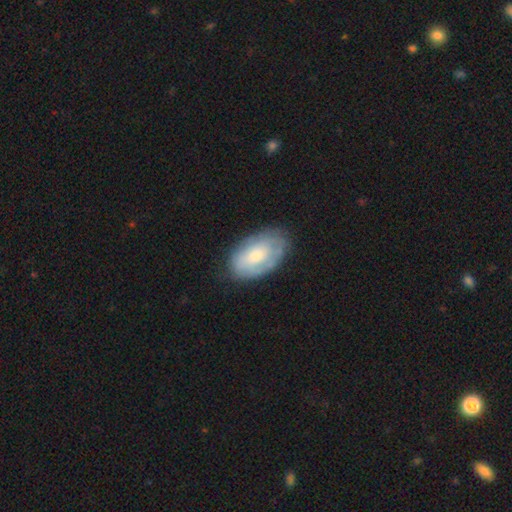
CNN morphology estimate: type=smooth (56%); roundness=in between (93%); merging=none (73%).